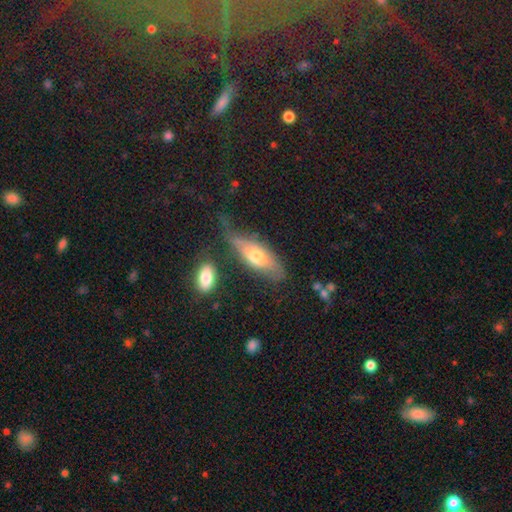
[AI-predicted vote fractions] A smooth galaxy with no disk features (57%) that is in between round and cigar-shaped (64%). Merging: none (42%).